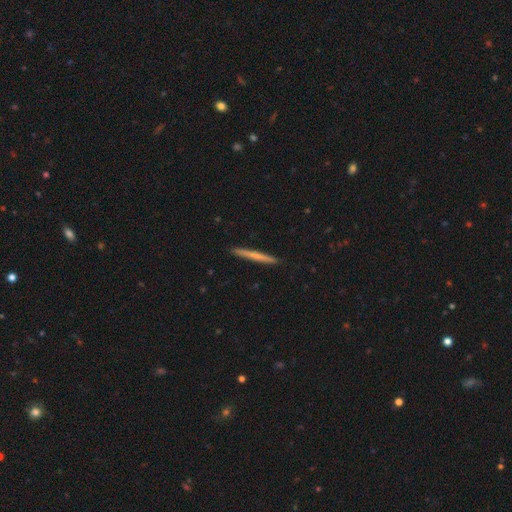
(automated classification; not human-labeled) Smooth or featured: smooth — 60% (featured or disk — 35%)
How rounded: cigar-shaped — 97% (in between — 2%)
Merging: none — 93% (minor disturbance — 5%)